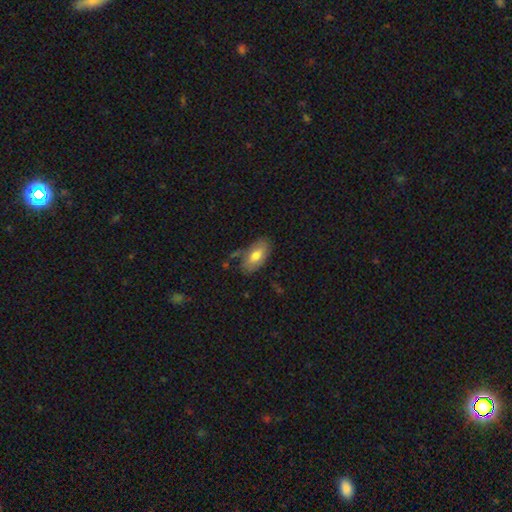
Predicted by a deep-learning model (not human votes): A smooth galaxy with no disk features (67%) that is in between round and cigar-shaped (92%). Merging: none (66%).